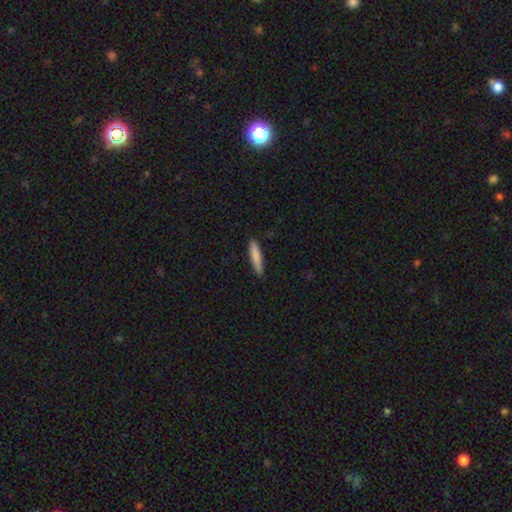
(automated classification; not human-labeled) Smooth or featured? smooth (83%)
How rounded? cigar-shaped (87%)
Merging? none (82%)